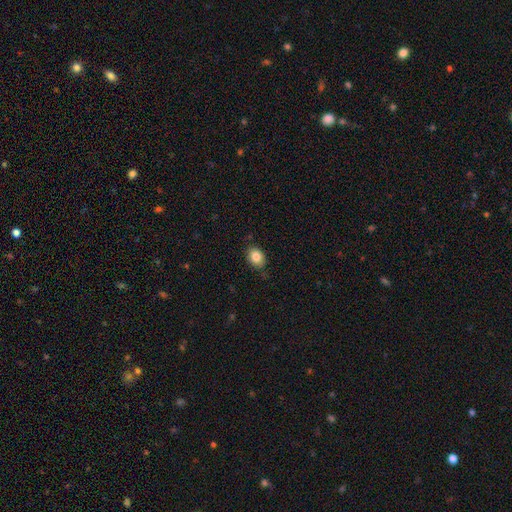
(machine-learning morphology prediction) A smooth galaxy with no disk features (85%) that is in between round and cigar-shaped (69%). Merging: none (81%).